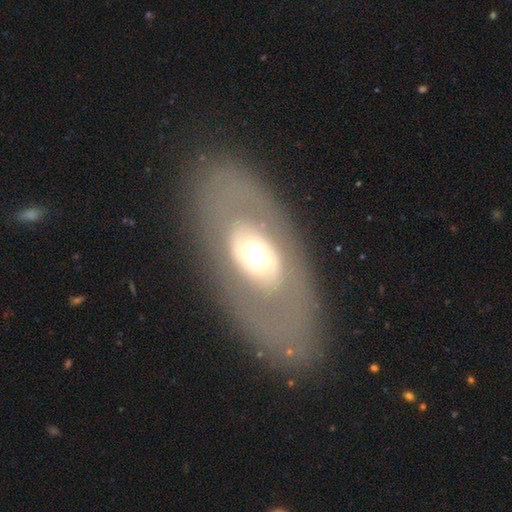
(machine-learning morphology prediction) Overall: featured or disk (59%; smooth 33%). Edge-on disk: no (87%). Bar: no (71%). Spiral arms: no (82%). Bulge size: moderate (57%; large 27%). Merging: none (79%).